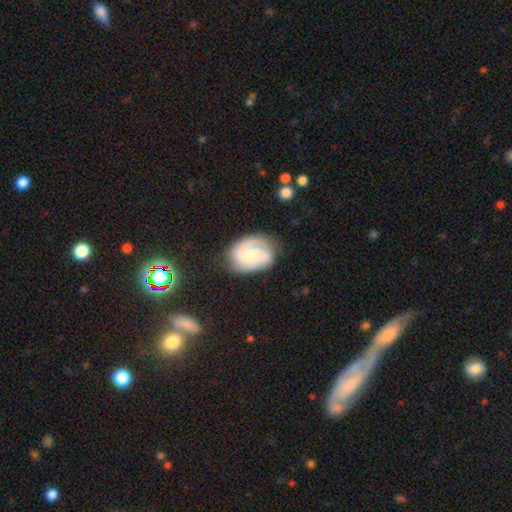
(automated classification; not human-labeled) Smooth or featured? featured or disk (76%)
Edge-on disk? no (98%)
Bar? weak (47%)
Spiral arms? yes (95%)
Spiral winding? medium (47%)
Spiral arm count? 2 (66%)
Bulge size? small (42%, tied with moderate)
Merging? none (72%)